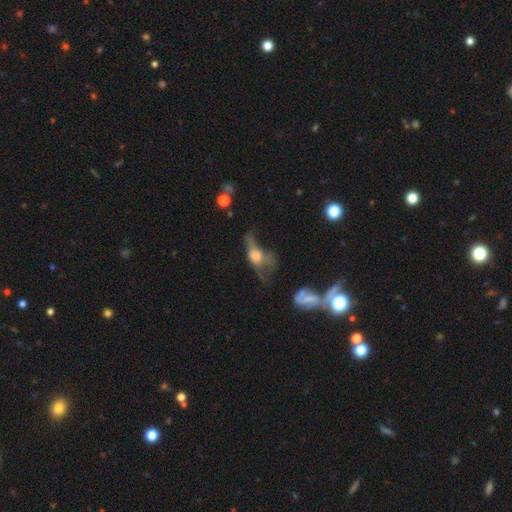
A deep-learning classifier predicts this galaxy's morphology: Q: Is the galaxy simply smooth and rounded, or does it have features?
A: featured or disk — 52%.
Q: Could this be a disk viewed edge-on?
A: no — 58%.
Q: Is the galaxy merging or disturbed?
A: major disturbance — 49%.